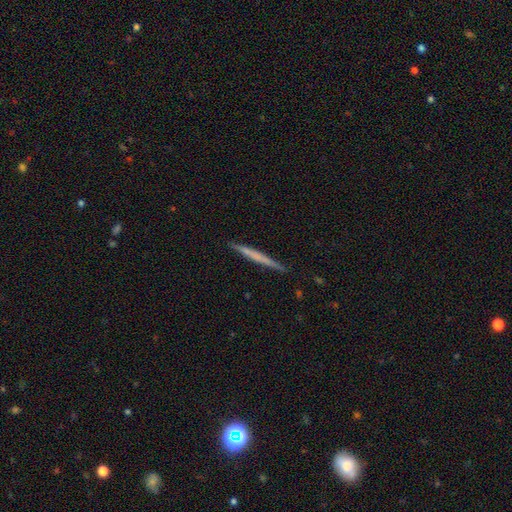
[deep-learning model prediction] The model was most divided on "smooth or featured": smooth: 48%, featured or disk: 47%, star or artifact: 6%. More confident: merging — none (90%).